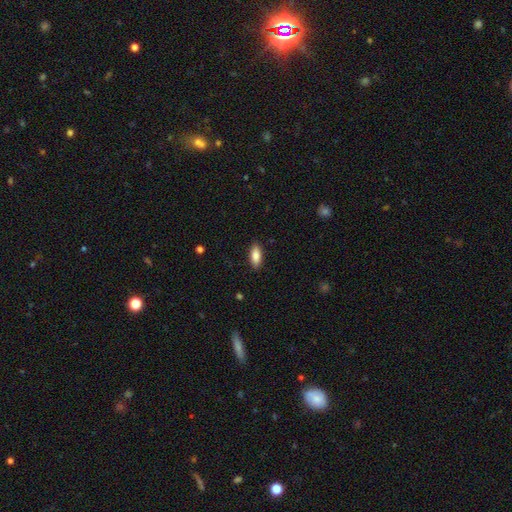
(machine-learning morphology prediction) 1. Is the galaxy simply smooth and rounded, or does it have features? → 84% smooth, 9% featured or disk, 6% star or artifact.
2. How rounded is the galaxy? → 79% in between, 19% cigar-shaped, 2% round.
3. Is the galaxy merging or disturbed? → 88% none, 9% minor disturbance, 2% major disturbance, 1% merger.